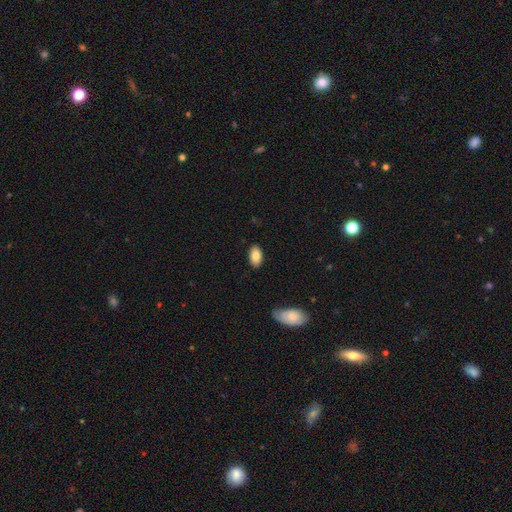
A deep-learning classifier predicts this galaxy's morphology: This appears to be a smooth galaxy with no disk features (84%) that is in between round and cigar-shaped (94%). Merging: none (86%).